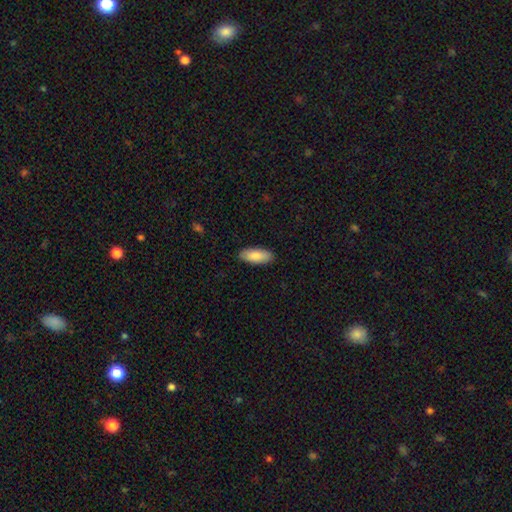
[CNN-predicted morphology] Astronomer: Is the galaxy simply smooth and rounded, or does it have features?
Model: smooth — 86%.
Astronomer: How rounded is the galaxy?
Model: in between — 83%.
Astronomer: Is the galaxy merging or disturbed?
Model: none — 89%.